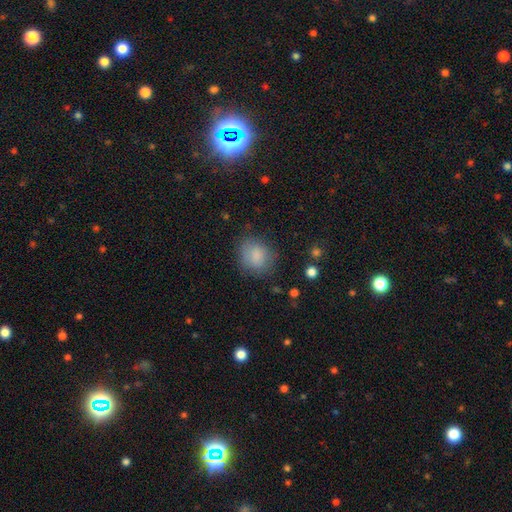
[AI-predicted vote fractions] Smooth or featured?
  - smooth: 83% *
  - featured or disk: 8%
  - star or artifact: 8%
How rounded?
  - round: 64% *
  - in between: 35%
  - cigar-shaped: 1%
Merging?
  - none: 73% *
  - minor disturbance: 18%
  - major disturbance: 7%
  - merger: 2%